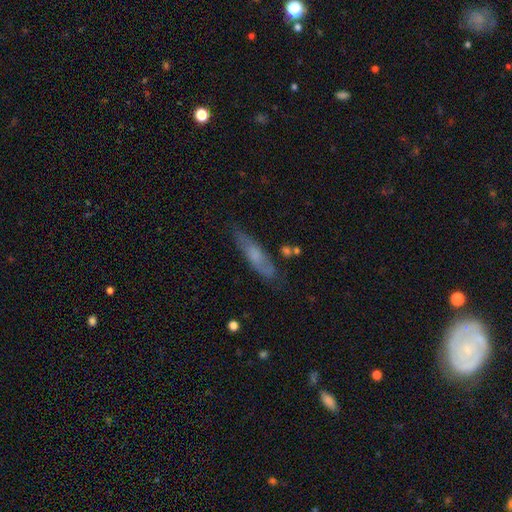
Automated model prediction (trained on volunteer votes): smooth_or_featured: smooth (p=0.49) [alt: featured or disk p=0.42]
merging: none (p=0.68) [alt: minor disturbance p=0.22]